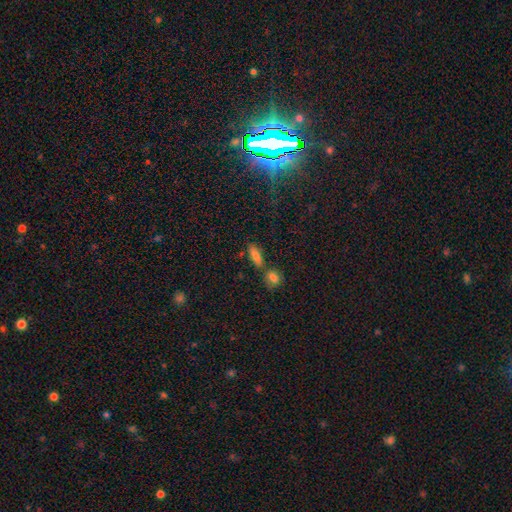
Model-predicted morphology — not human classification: Q: Smooth or featured?
A: smooth (79%); runner-up: star or artifact (11%)
Q: How rounded?
A: in between (60%); runner-up: cigar-shaped (36%)
Q: Merging?
A: none (64%); runner-up: merger (20%)